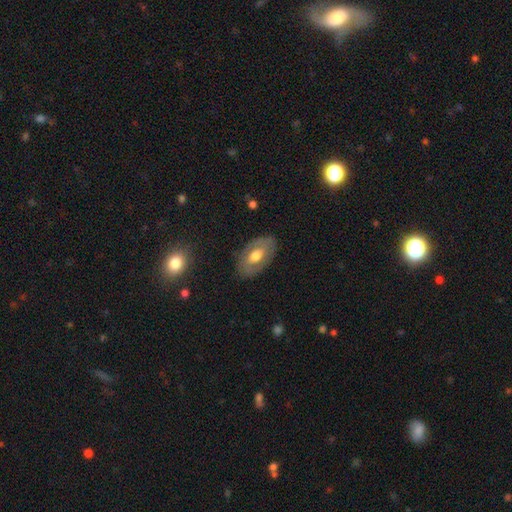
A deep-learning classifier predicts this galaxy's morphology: A featured or disk galaxy (52%). Merging: none (80%).